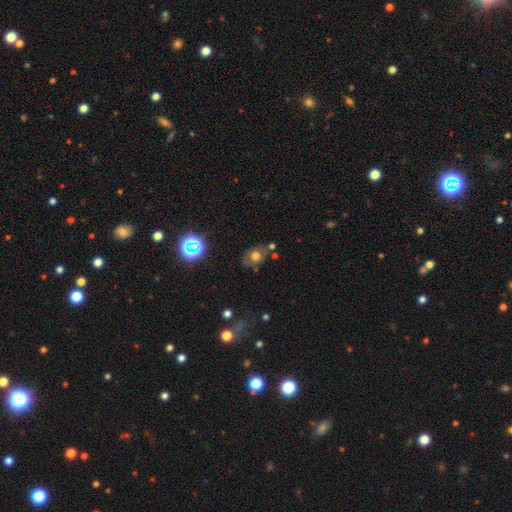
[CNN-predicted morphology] Smooth or featured? smooth (53%)
How rounded? in between (58%)
Merging? none (66%)